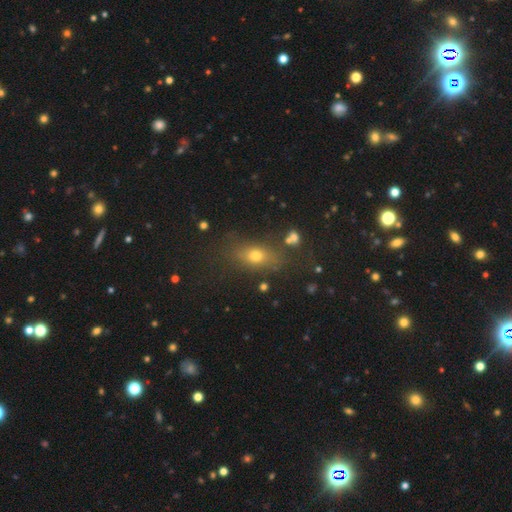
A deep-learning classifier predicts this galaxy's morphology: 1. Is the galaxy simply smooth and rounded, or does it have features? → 69% smooth, 16% star or artifact, 16% featured or disk.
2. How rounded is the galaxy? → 68% in between, 19% round, 13% cigar-shaped.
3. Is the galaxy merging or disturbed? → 73% none, 15% minor disturbance, 6% major disturbance, 6% merger.